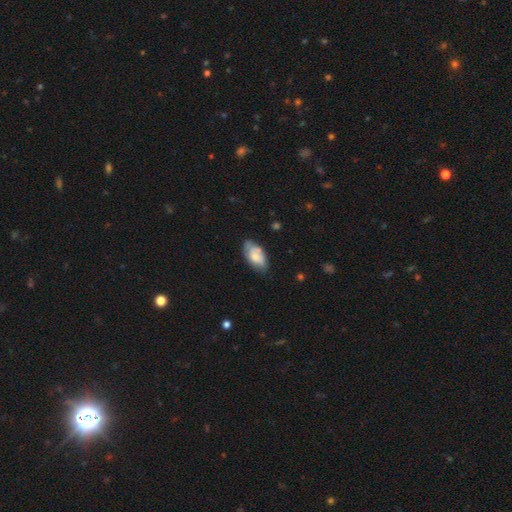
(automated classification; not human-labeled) This is likely a smooth galaxy (61%). How rounded: clearly in between (93%). Merging: likely none (62%).